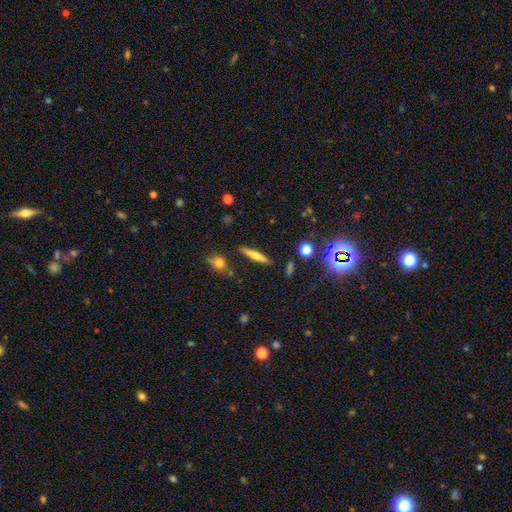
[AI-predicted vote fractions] Morphology: type=smooth (56%); roundness=cigar-shaped (87%); merging=none (86%).